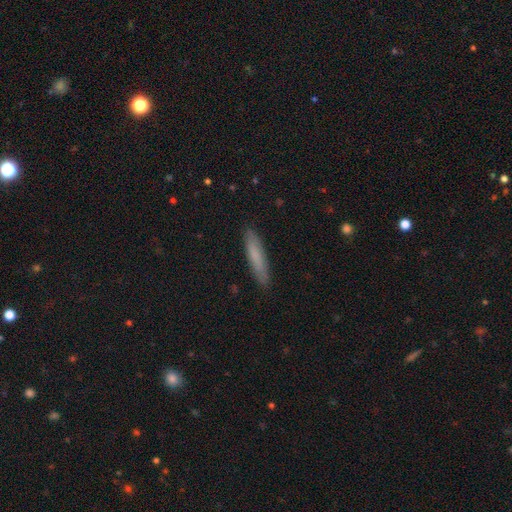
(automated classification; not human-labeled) This appears to be a smooth galaxy with no disk features (76%) that is cigar-shaped (88%). Merging: none (88%).